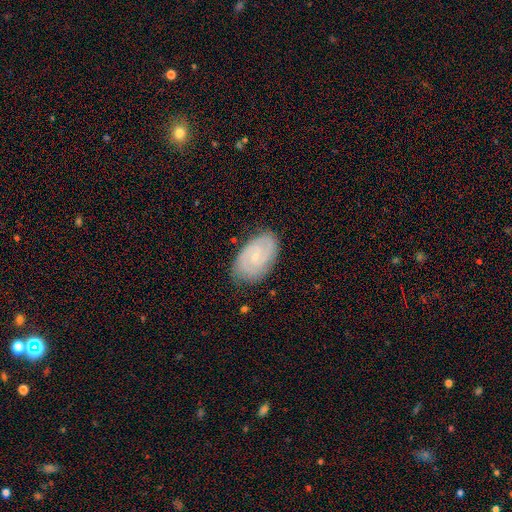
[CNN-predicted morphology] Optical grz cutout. It shows a featured or disk galaxy (80%) with no bar (61%), 2 (60%) tight (67%) spiral arms (95%) and a small central bulge (80%). Merging: none (81%).